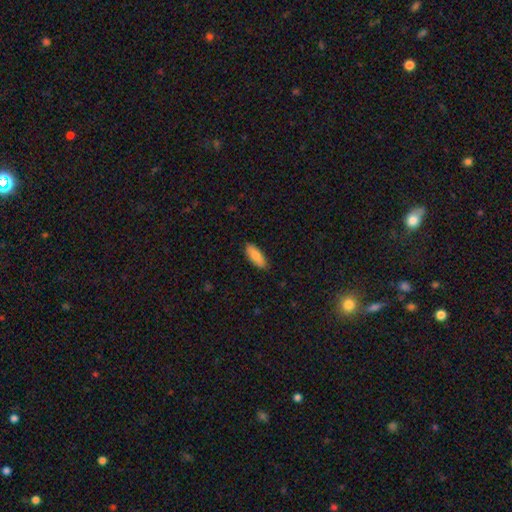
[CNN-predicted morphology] Smooth or featured?
  - smooth: 82% *
  - featured or disk: 12%
  - star or artifact: 6%
How rounded?
  - in between: 76% *
  - cigar-shaped: 22%
  - round: 2%
Merging?
  - none: 87% *
  - minor disturbance: 10%
  - major disturbance: 2%
  - merger: 1%